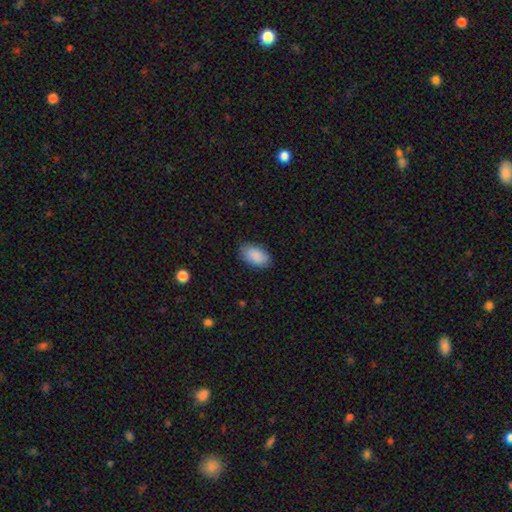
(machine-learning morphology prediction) Overall: smooth (89%). How rounded: in between (94%). Merging: none (83%).